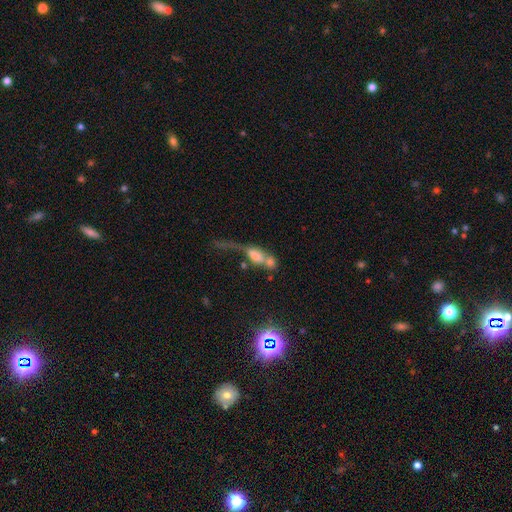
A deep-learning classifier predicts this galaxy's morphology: A smooth galaxy with no disk features (57%) that is in between round and cigar-shaped (70%). Merging: merger (58%).